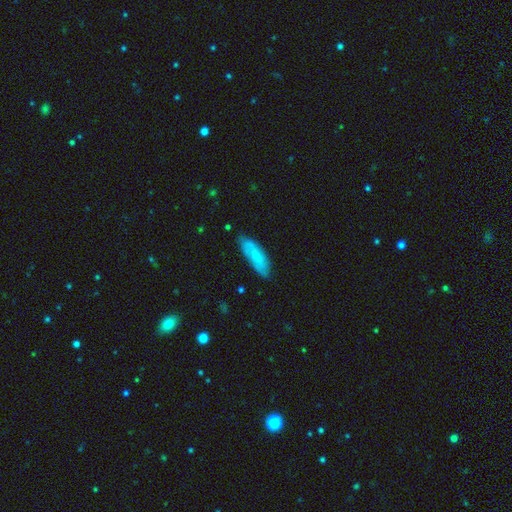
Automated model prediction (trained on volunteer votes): Smooth or featured? smooth (69%)
How rounded? in between (60%)
Merging? none (71%)